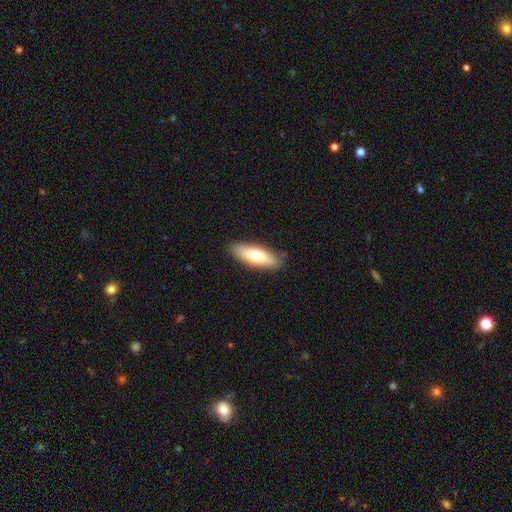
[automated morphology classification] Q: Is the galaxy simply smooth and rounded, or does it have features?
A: smooth — 69%.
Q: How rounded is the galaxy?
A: in between — 58%.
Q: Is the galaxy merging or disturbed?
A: none — 87%.